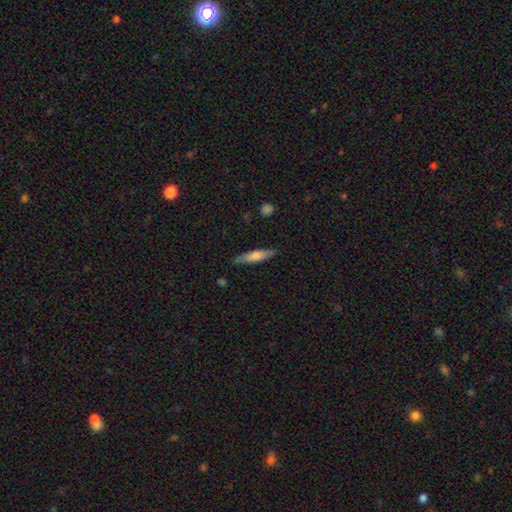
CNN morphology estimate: This is possibly a smooth galaxy (58%). How rounded: clearly cigar-shaped (82%). Merging: clearly none (85%).